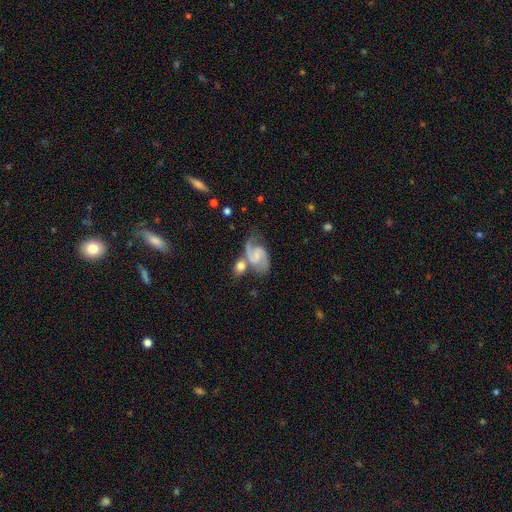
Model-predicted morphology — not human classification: smooth_or_featured: featured or disk (p=0.88) [alt: smooth p=0.07]
disk_edge_on: no (p=0.98) [alt: yes p=0.02]
bar: weak (p=0.46) [alt: no p=0.41]
has_spiral_arms: yes (p=0.97) [alt: no p=0.03]
spiral_winding: medium (p=0.58) [alt: loose p=0.23]
spiral_arm_count: 2 (p=0.92) [alt: can't tell p=0.03]
bulge_size: small (p=0.56) [alt: none p=0.21]
merging: none (p=0.54) [alt: merger p=0.22]